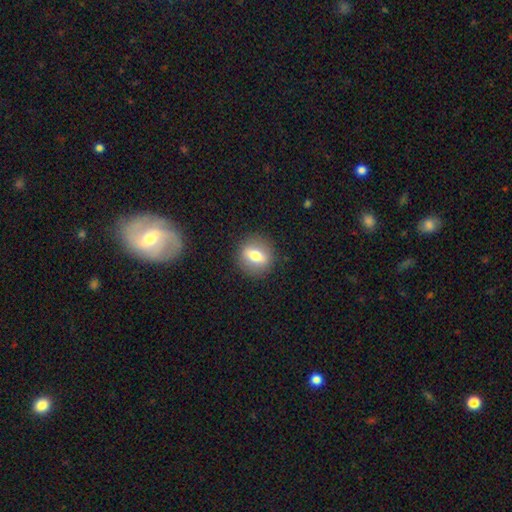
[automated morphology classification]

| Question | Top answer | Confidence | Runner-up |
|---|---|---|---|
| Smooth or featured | smooth | 61% | featured or disk (30%) |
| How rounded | round | 65% | in between (32%) |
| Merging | none | 88% | minor disturbance (8%) |